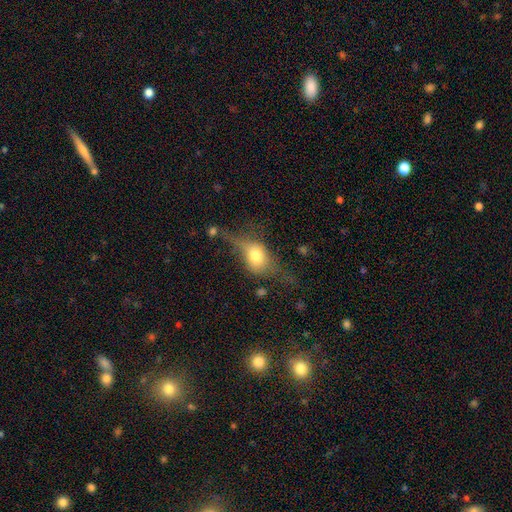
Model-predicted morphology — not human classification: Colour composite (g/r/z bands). It shows a smooth galaxy with no disk features (51%) that is in between round and cigar-shaped (63%). Merging: none (38%).